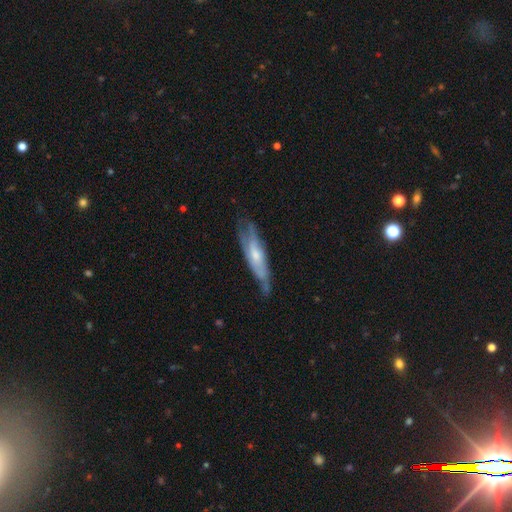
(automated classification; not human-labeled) Smooth or featured: featured or disk — 63% (smooth — 31%)
Edge-on disk: no — 55% (yes — 45%)
Merging: none — 57% (minor disturbance — 29%)